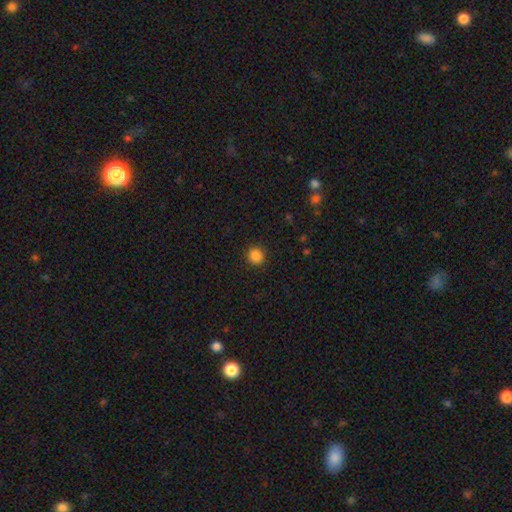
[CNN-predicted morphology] smooth_or_featured: smooth (p=0.86) [alt: star or artifact p=0.11]
how_rounded: round (p=0.90) [alt: in between p=0.09]
merging: none (p=0.91) [alt: minor disturbance p=0.06]